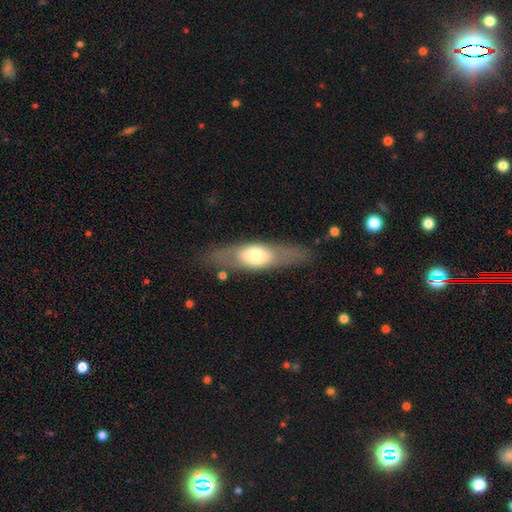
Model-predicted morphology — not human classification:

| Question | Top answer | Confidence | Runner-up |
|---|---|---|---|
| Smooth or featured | smooth | 51% | featured or disk (43%) |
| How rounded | in between | 53% | cigar-shaped (42%) |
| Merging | none | 79% | minor disturbance (13%) |